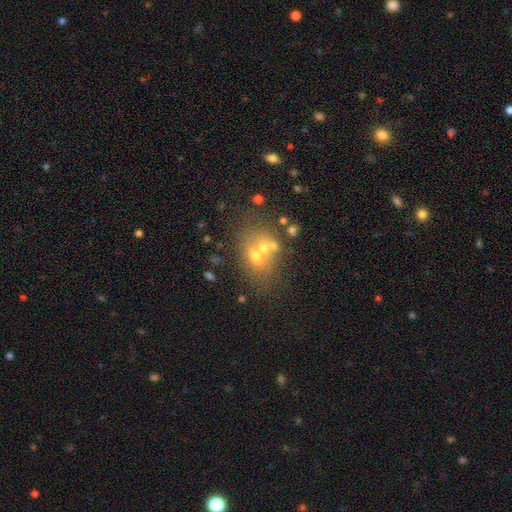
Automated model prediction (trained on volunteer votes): This is possibly a smooth galaxy (52%). How rounded: possibly in between (56%). Merging: possibly merger (46%).